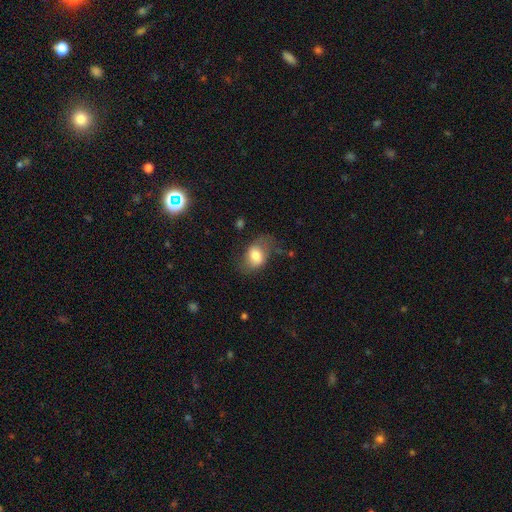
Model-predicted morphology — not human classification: Smooth or featured? Predicted: smooth (p=0.68). How rounded? Predicted: in between (p=0.71). Merging? Predicted: none (p=0.50).